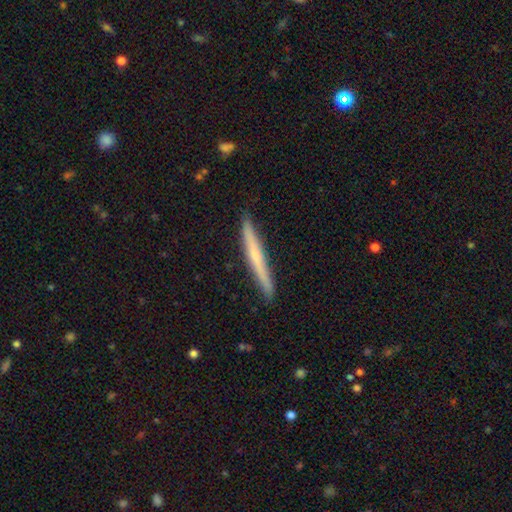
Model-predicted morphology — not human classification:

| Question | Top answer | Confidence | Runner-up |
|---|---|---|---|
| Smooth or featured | featured or disk | 49% | smooth (45%) |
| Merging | none | 89% | minor disturbance (8%) |